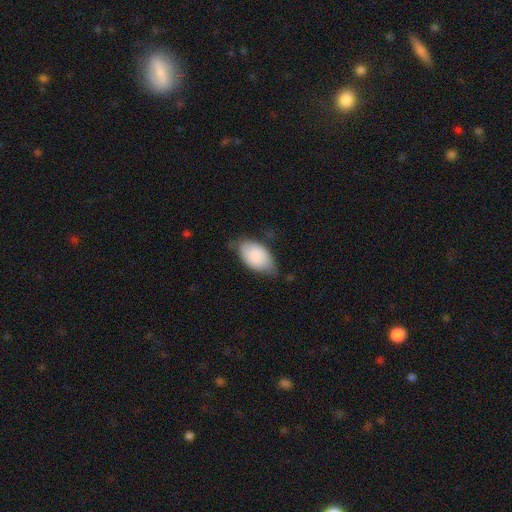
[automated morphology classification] Smooth or featured? smooth (83%)
How rounded? in between (94%)
Merging? none (55%)